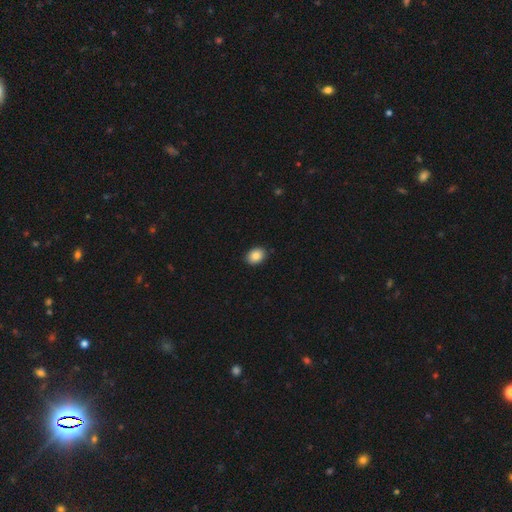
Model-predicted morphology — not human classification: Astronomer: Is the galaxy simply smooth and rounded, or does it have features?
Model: smooth — 86%.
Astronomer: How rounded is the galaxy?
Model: in between — 70%.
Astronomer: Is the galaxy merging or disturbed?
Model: none — 89%.